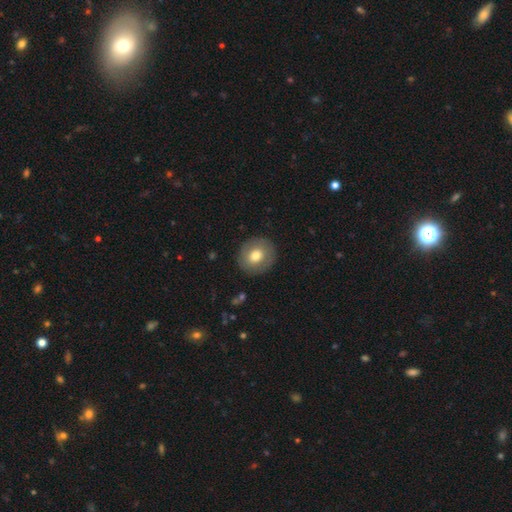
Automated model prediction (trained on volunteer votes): smooth 70%, featured or disk 23%, star or artifact 8%. Down the decision tree: how rounded — round (86%); merging — none (88%).